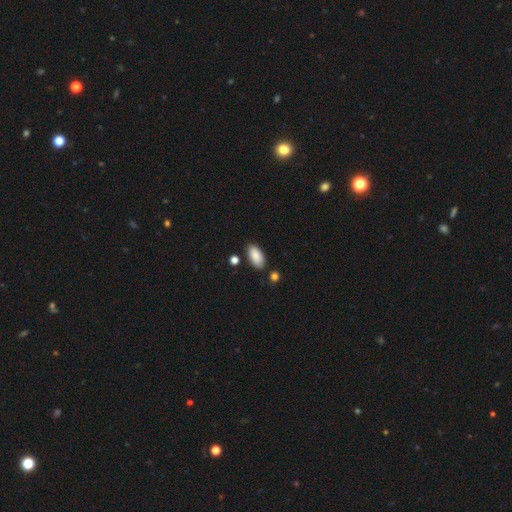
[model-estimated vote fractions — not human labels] smooth 88%, star or artifact 7%, featured or disk 5%. Down the decision tree: how rounded — in between (93%); merging — none (79%).